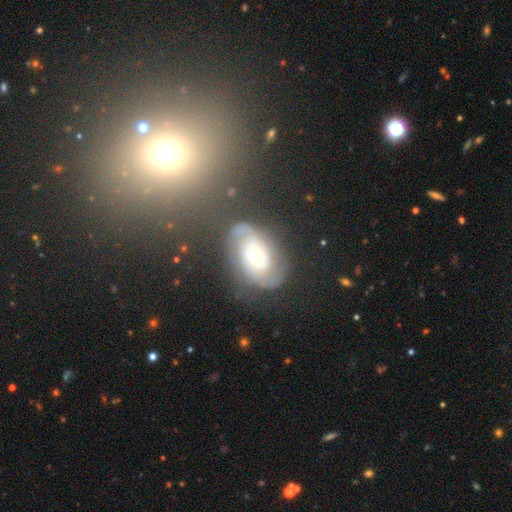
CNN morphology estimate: smooth_or_featured: featured or disk (p=0.78) [alt: smooth p=0.15]
disk_edge_on: no (p=0.96) [alt: yes p=0.04]
bar: no (p=0.70) [alt: weak p=0.24]
has_spiral_arms: yes (p=0.90) [alt: no p=0.10]
spiral_winding: tight (p=0.56) [alt: medium p=0.33]
spiral_arm_count: 2 (p=0.63) [alt: can't tell p=0.21]
bulge_size: moderate (p=0.67) [alt: small p=0.24]
merging: none (p=0.69) [alt: minor disturbance p=0.18]